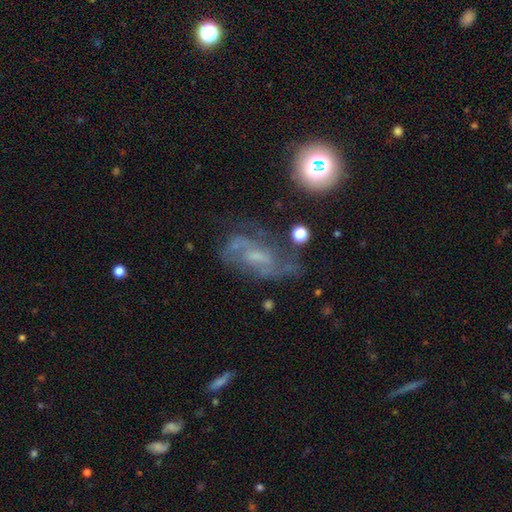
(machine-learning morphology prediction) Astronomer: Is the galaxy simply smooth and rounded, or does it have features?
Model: featured or disk — 70%.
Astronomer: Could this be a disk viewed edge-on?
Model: no — 95%.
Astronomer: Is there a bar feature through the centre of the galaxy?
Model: no — 45% (runner-up: weak, 43%).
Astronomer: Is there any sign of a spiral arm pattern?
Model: yes — 79%.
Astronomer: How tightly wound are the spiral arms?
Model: medium — 45% (runner-up: loose, 29%).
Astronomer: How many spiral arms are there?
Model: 2 — 49% (runner-up: can't tell, 30%).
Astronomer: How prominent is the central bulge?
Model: small — 45% (runner-up: moderate, 26%).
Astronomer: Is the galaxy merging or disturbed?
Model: none — 54%.